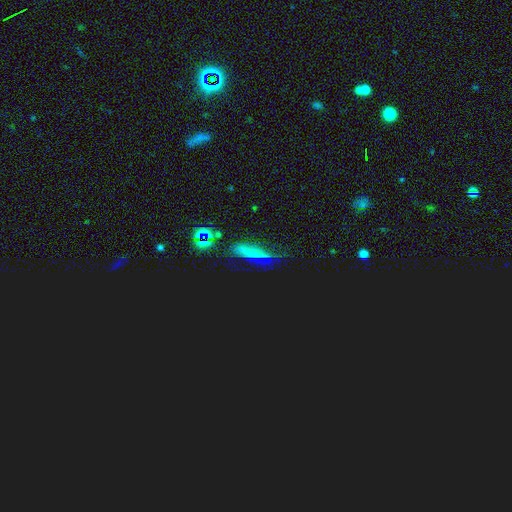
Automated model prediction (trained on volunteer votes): Smooth or featured: star or artifact — 46% (smooth — 33%)